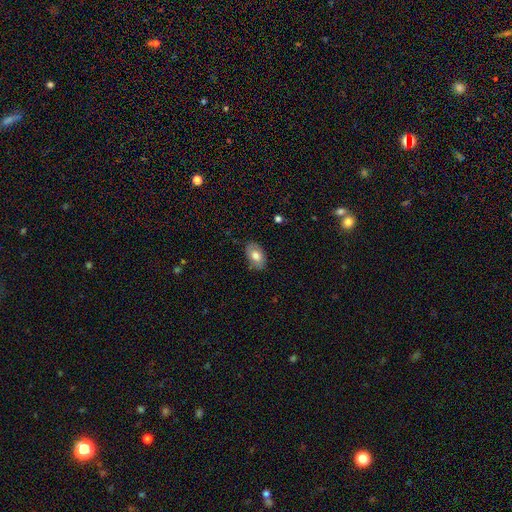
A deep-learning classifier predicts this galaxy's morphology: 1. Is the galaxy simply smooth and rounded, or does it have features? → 74% smooth, 20% featured or disk, 7% star or artifact.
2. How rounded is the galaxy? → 91% in between, 7% round, 1% cigar-shaped.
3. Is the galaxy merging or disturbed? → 82% none, 14% minor disturbance, 3% major disturbance, 1% merger.